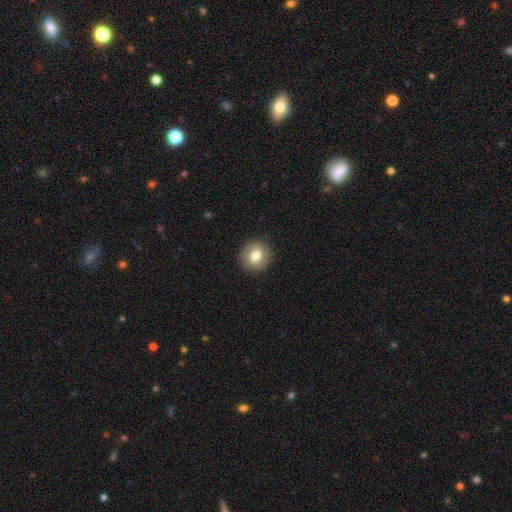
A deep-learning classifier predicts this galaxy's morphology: Smooth or featured: smooth — 77% (featured or disk — 15%)
How rounded: round — 88% (in between — 11%)
Merging: none — 90% (minor disturbance — 7%)